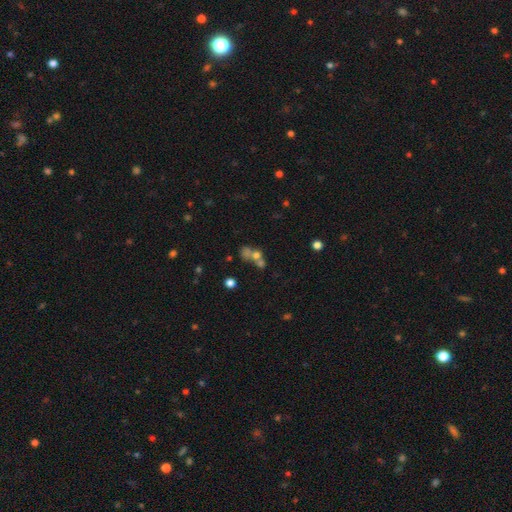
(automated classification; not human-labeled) Smooth or featured: smooth — 59% (featured or disk — 22%)
How rounded: round — 61% (in between — 36%)
Merging: merger — 57% (none — 27%)